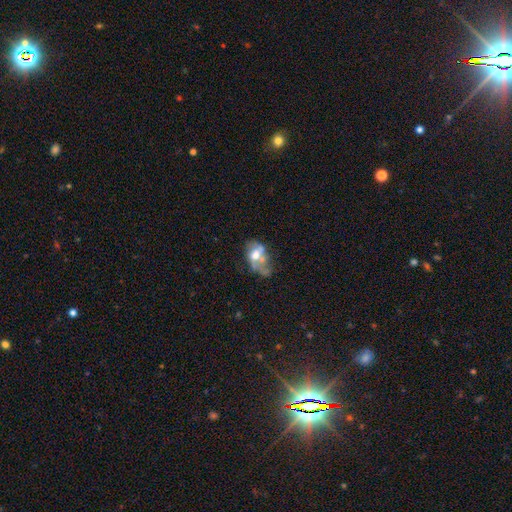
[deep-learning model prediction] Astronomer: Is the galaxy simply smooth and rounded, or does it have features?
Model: featured or disk — 50% (runner-up: smooth, 40%).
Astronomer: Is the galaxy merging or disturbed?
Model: major disturbance — 33% (runner-up: minor disturbance, 23%).